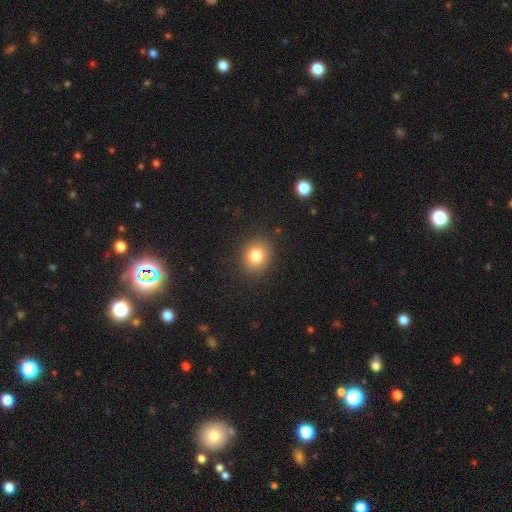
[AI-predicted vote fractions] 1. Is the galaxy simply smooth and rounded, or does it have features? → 81% smooth, 11% star or artifact, 8% featured or disk.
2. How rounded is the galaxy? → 70% round, 29% in between, 1% cigar-shaped.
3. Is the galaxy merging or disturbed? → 89% none, 7% minor disturbance, 3% major disturbance, 1% merger.